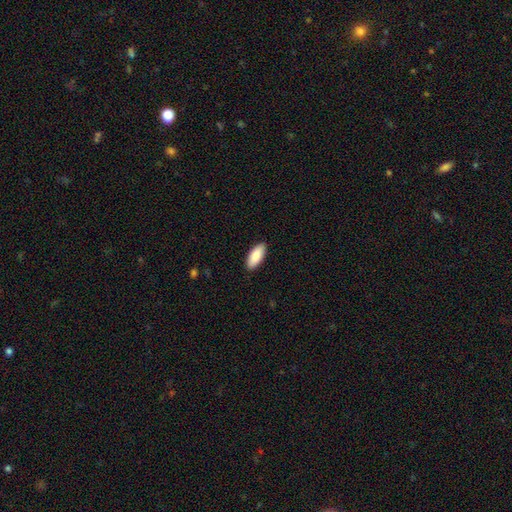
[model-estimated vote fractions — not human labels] Smooth or featured: smooth — 88% (featured or disk — 6%)
How rounded: in between — 84% (cigar-shaped — 14%)
Merging: none — 90% (minor disturbance — 8%)